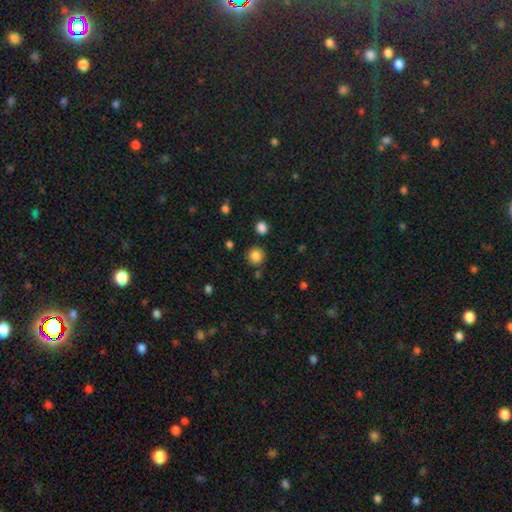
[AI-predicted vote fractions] smooth-or-featured: smooth: 85% | star or artifact: 11% | featured or disk: 4%
  how-rounded: round: 93% | in between: 6% | cigar-shaped: 1%
  merging: none: 86% | minor disturbance: 7% | merger: 4% | major disturbance: 3%